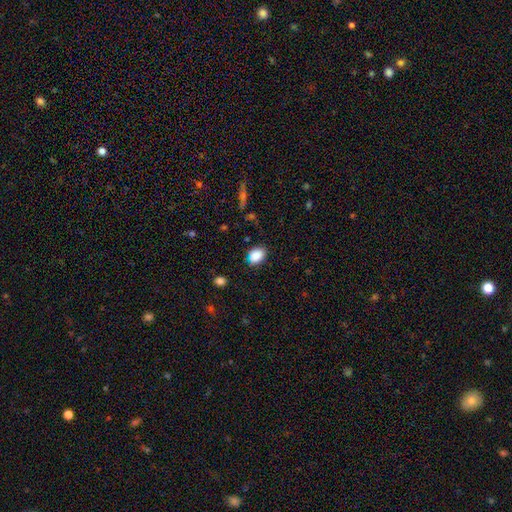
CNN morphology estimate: A smooth galaxy with no disk features (87%) that is in between round and cigar-shaped (71%).

Vote fractions:
- Smooth or featured? smooth: 87% / star or artifact: 9% / featured or disk: 4%
- How rounded? in between: 71% / round: 28% / cigar-shaped: 1%
- Merging? none: 79% / minor disturbance: 15% / major disturbance: 4% / merger: 2%